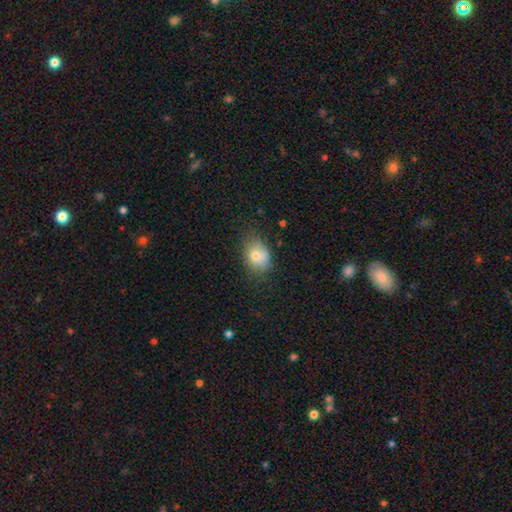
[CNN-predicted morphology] This is likely a smooth galaxy (76%). How rounded: likely in between (66%). Merging: likely none (64%).